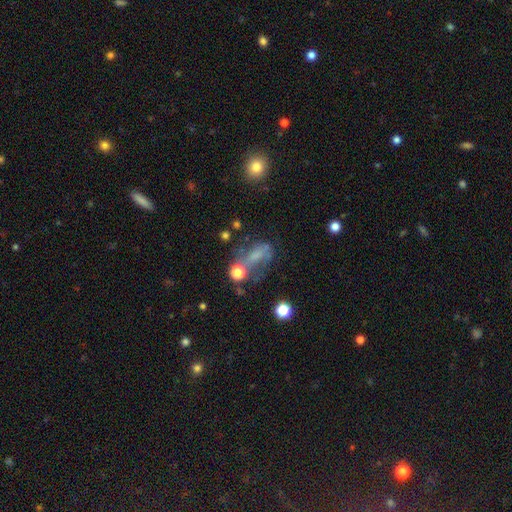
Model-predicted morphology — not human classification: Smooth or featured: smooth — 43% (featured or disk — 34%)
Merging: none — 33% (major disturbance — 32%)